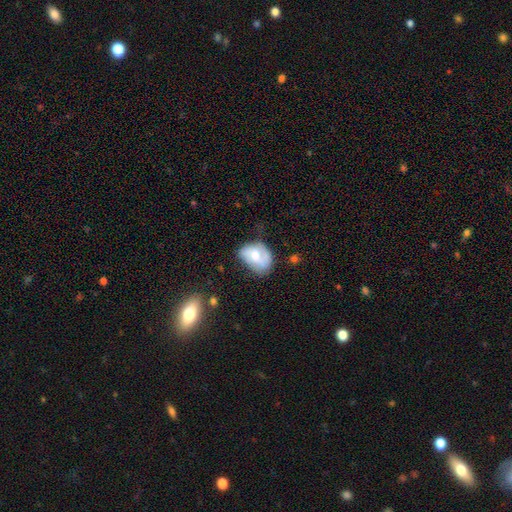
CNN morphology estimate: Overall: smooth (47%; featured or disk 46%). Merging: none (46%; minor disturbance 35%).